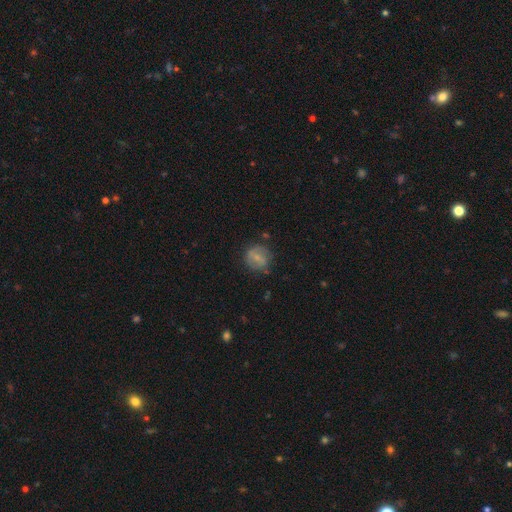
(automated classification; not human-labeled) The model was most divided on "smooth or featured": smooth: 58%, featured or disk: 33%, star or artifact: 9%. More confident: how rounded — round (84%); merging — none (71%).